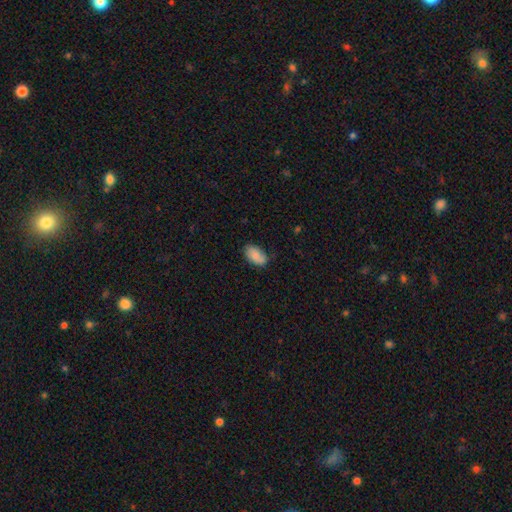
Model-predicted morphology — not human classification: This is likely a smooth galaxy (78%). How rounded: clearly in between (92%). Merging: likely none (75%).